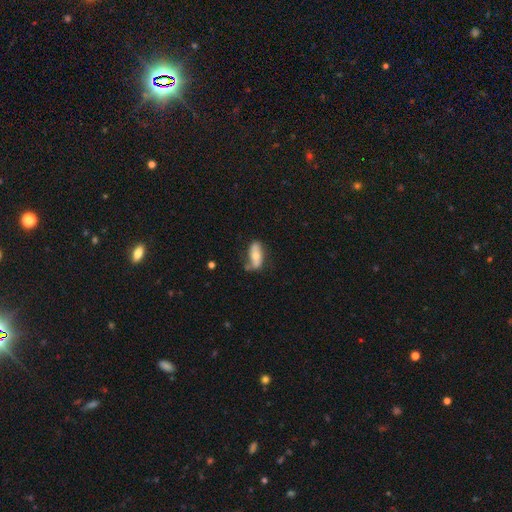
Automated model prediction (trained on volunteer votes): smooth 51%, featured or disk 43%, star or artifact 7%. Down the decision tree: how rounded — in between (78%); merging — none (57%).